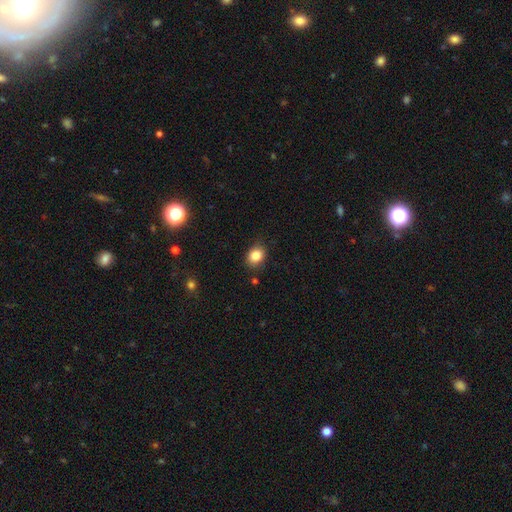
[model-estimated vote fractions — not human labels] Morphology: type=smooth (84%); roundness=round (50%); merging=none (83%).